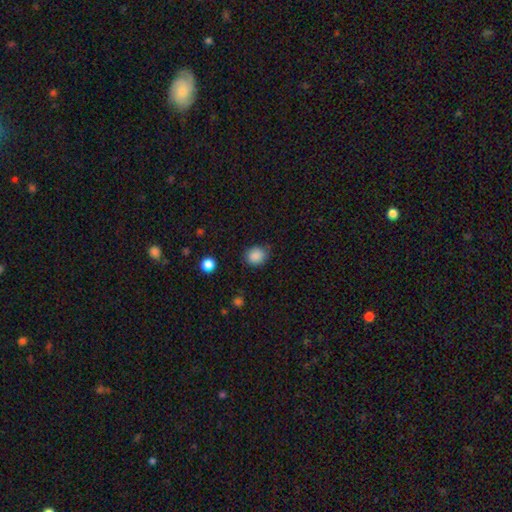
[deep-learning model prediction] Morphology: type=smooth (87%); roundness=round (73%); merging=none (81%).